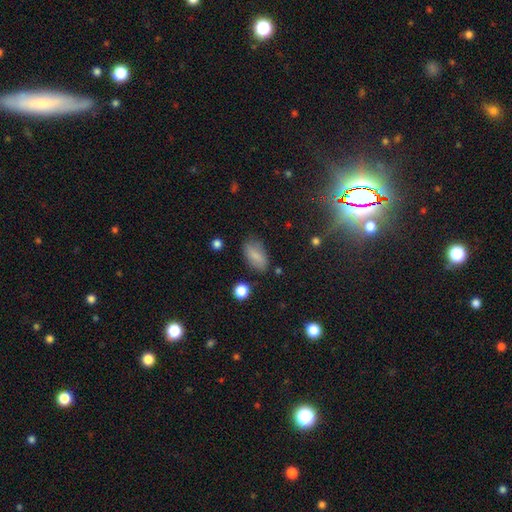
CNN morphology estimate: Smooth or featured?
  - smooth: 80% *
  - featured or disk: 12%
  - star or artifact: 8%
How rounded?
  - in between: 90% *
  - cigar-shaped: 6%
  - round: 4%
Merging?
  - none: 77% *
  - minor disturbance: 16%
  - major disturbance: 4%
  - merger: 2%